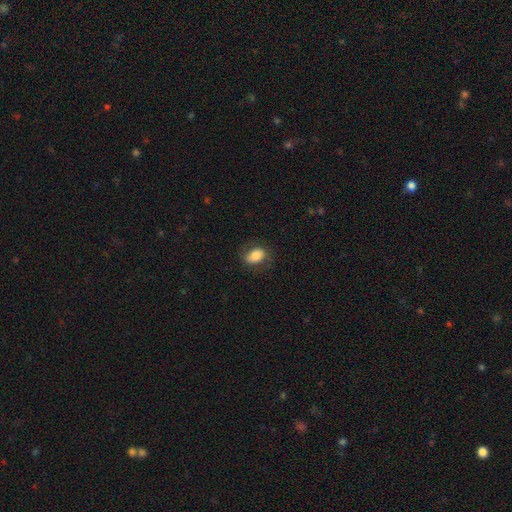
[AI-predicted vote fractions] Q: Smooth or featured?
A: smooth (73%); runner-up: featured or disk (19%)
Q: How rounded?
A: in between (82%); runner-up: round (17%)
Q: Merging?
A: none (74%); runner-up: minor disturbance (17%)